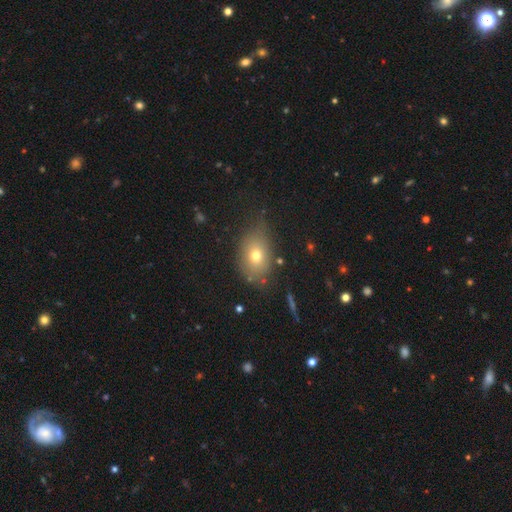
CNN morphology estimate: smooth-or-featured: smooth: 71% | featured or disk: 16% | star or artifact: 13%
  how-rounded: in between: 71% | round: 27% | cigar-shaped: 2%
  merging: none: 67% | minor disturbance: 22% | major disturbance: 8% | merger: 3%